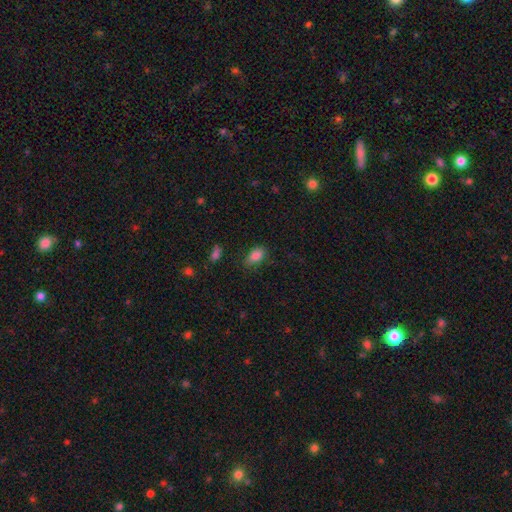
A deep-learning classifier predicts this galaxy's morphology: Smooth or featured? smooth (85%)
How rounded? in between (89%)
Merging? none (74%)